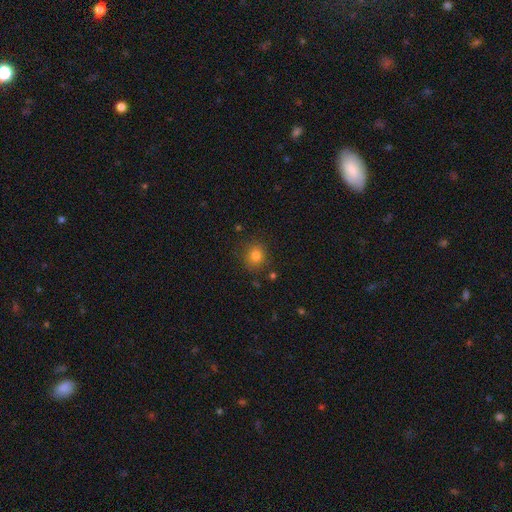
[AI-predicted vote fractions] Smooth or featured? smooth (81%)
How rounded? round (83%)
Merging? none (83%)